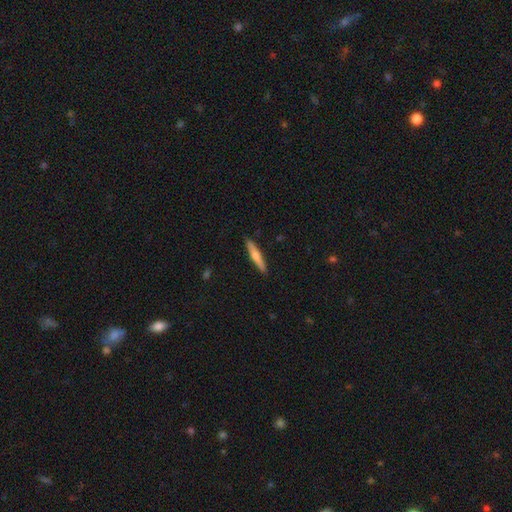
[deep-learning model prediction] This is possibly a smooth galaxy (57%). How rounded: clearly cigar-shaped (92%). Merging: clearly none (91%).